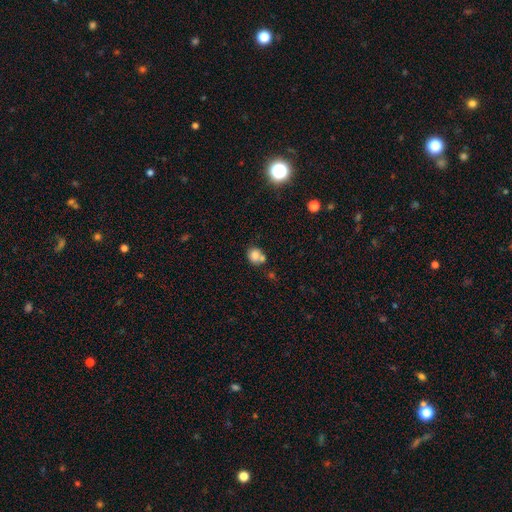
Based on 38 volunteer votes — smooth 79%, featured or disk 13%, star or artifact 8%. Down the decision tree: how rounded — round (80%); merging — merger (43%).